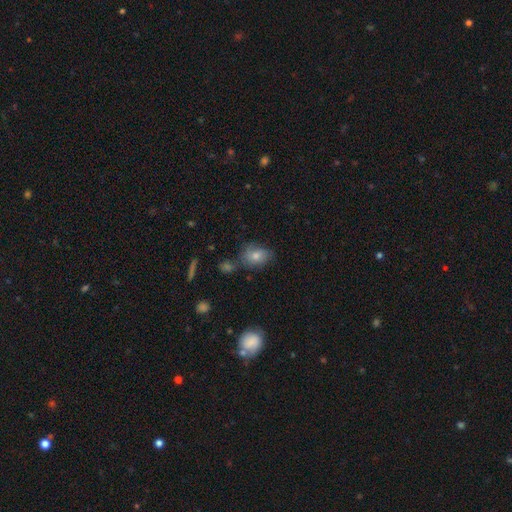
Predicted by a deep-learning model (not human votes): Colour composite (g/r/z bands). It shows a smooth galaxy with no disk features (66%) that is in between round and cigar-shaped (71%). Merging: none (64%).